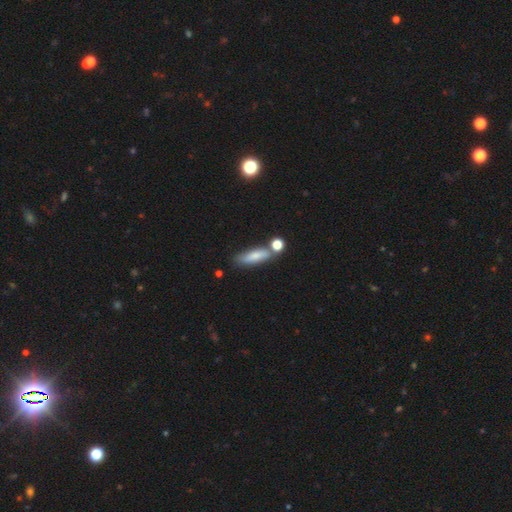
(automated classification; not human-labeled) smooth_or_featured: smooth (p=0.72) [alt: featured or disk p=0.20]
how_rounded: cigar-shaped (p=0.55) [alt: in between p=0.41]
merging: none (p=0.60) [alt: merger p=0.18]